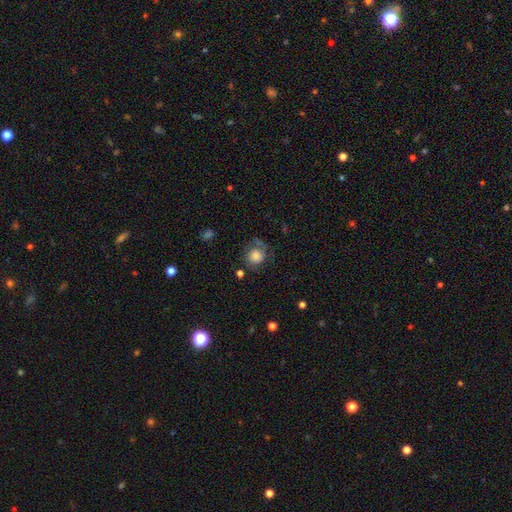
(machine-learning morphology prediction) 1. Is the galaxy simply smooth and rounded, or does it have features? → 59% smooth, 31% featured or disk, 10% star or artifact.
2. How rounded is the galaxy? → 80% round, 19% in between, 1% cigar-shaped.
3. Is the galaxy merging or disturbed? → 55% none, 24% minor disturbance, 18% major disturbance, 3% merger.